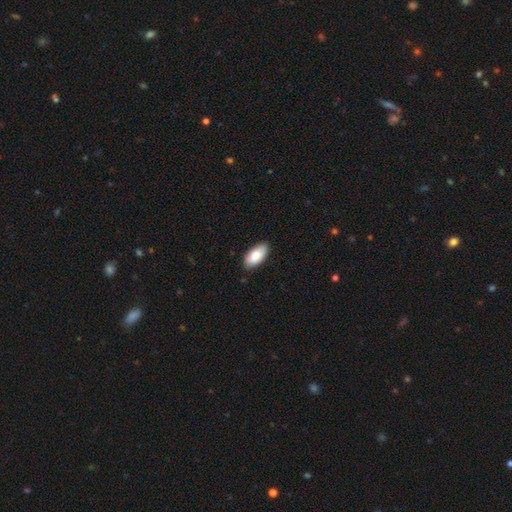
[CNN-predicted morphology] The model was most divided on "merging": none: 85%, minor disturbance: 12%, major disturbance: 2%, merger: 1%. More confident: how rounded — in between (93%); smooth or featured — smooth (85%).